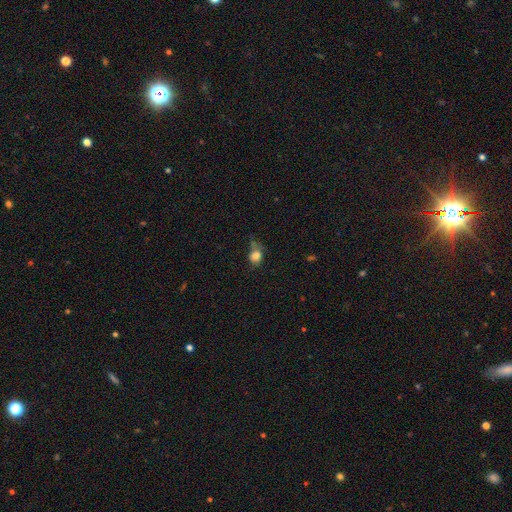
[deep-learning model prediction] smooth 78%, star or artifact 11%, featured or disk 11%. Down the decision tree: how rounded — round (53%); merging — none (40%).